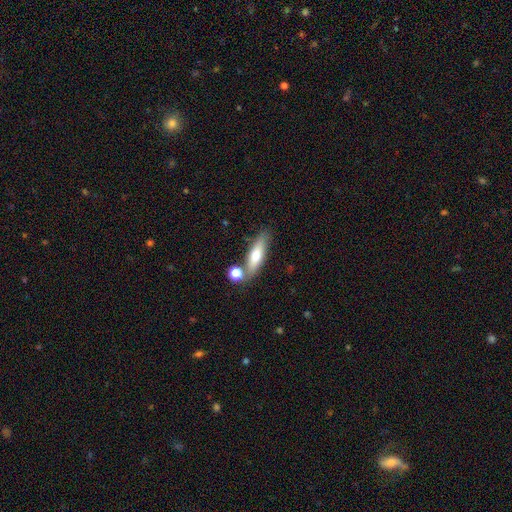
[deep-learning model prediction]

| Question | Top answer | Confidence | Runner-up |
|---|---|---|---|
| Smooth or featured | smooth | 65% | featured or disk (28%) |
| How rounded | cigar-shaped | 55% | in between (42%) |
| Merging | none | 69% | merger (14%) |